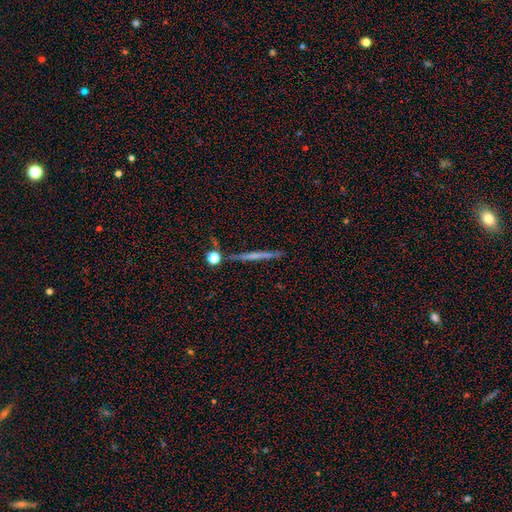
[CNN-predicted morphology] smooth-or-featured: featured or disk: 45% | smooth: 44% | star or artifact: 11%
  merging: none: 84% | minor disturbance: 9% | merger: 5% | major disturbance: 2%